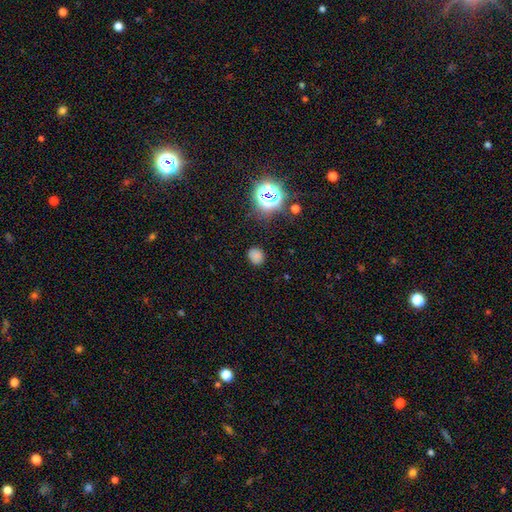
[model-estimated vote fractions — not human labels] A smooth galaxy with no disk features (73%) that is round (66%). Merging: none (83%).